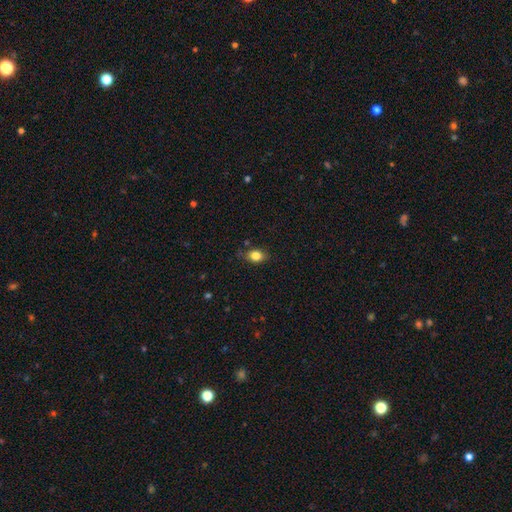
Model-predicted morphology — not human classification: Smooth or featured? Predicted: smooth (p=0.82). How rounded? Predicted: in between (p=0.68). Merging? Predicted: none (p=0.77).